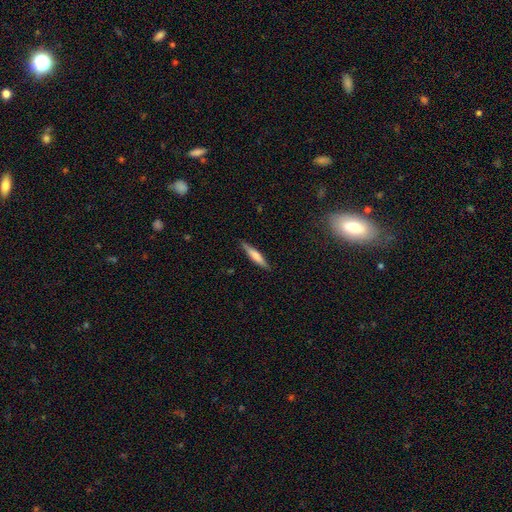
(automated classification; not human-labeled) smooth-or-featured: smooth: 62% | featured or disk: 32% | star or artifact: 6%
  how-rounded: cigar-shaped: 89% | in between: 10% | round: 1%
  merging: none: 87% | minor disturbance: 10% | major disturbance: 2% | merger: 1%